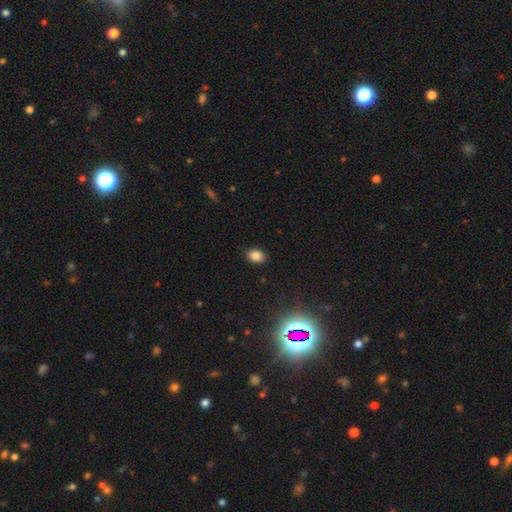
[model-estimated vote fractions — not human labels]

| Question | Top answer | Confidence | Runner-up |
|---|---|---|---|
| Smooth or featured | smooth | 83% | star or artifact (12%) |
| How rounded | in between | 74% | round (25%) |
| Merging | none | 88% | minor disturbance (9%) |